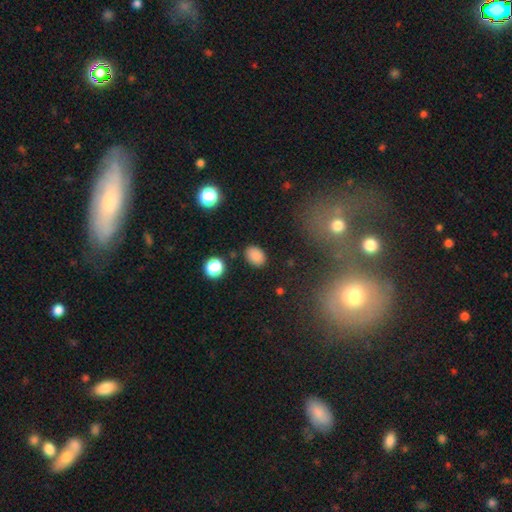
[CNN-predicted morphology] smooth-or-featured: smooth: 84% | star or artifact: 11% | featured or disk: 5%
  how-rounded: in between: 78% | round: 21% | cigar-shaped: 1%
  merging: none: 84% | minor disturbance: 11% | major disturbance: 3% | merger: 2%